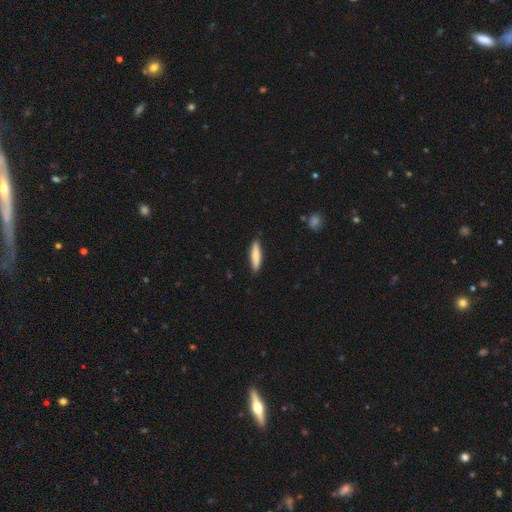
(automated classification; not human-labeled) Q: Smooth or featured?
A: smooth (77%); runner-up: featured or disk (18%)
Q: How rounded?
A: cigar-shaped (82%); runner-up: in between (17%)
Q: Merging?
A: none (88%); runner-up: minor disturbance (9%)